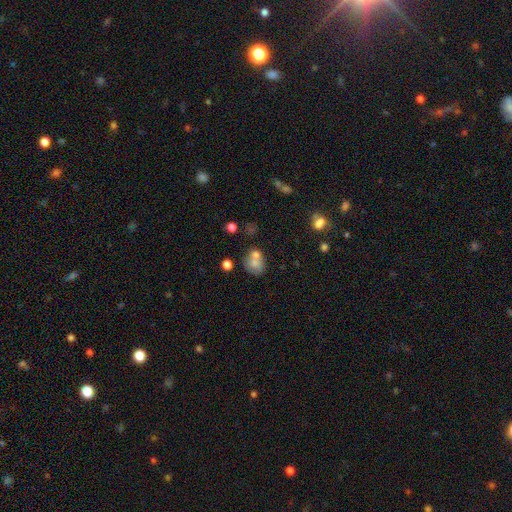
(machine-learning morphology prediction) smooth 70%, featured or disk 19%, star or artifact 11%. Down the decision tree: how rounded — round (54%); merging — merger (43%).